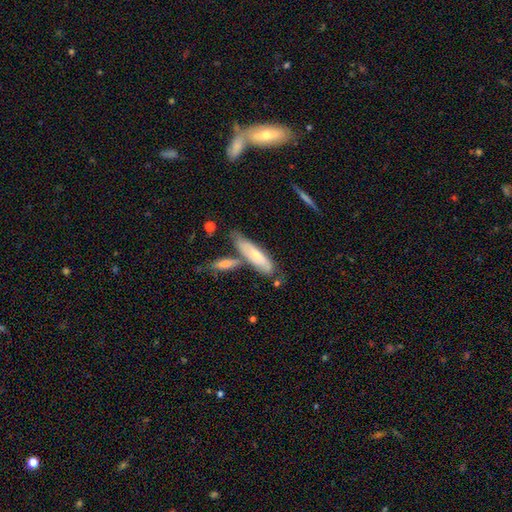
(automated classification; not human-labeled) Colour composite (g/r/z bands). It shows a smooth galaxy with no disk features (60%) that is cigar-shaped (59%). Merging: none (51%).